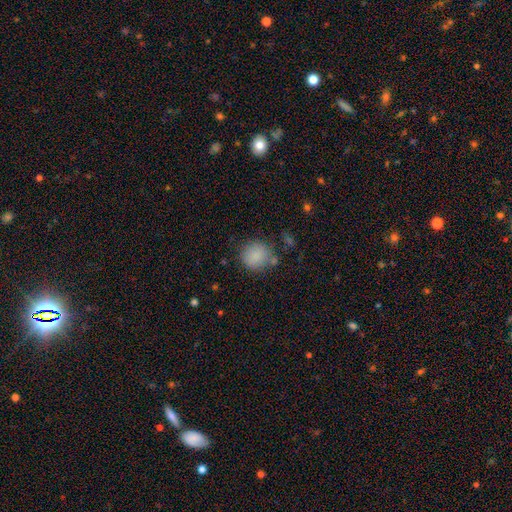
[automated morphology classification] Overall: smooth (86%). How rounded: round (87%). Merging: none (75%).